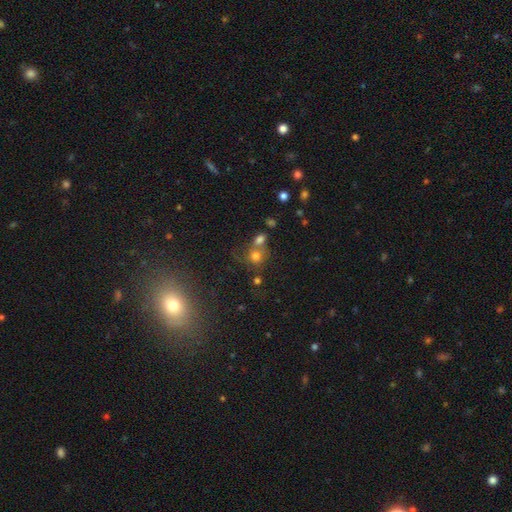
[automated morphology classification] This appears to be a smooth galaxy with no disk features (70%) that is round (79%). Merging: merger (43%).